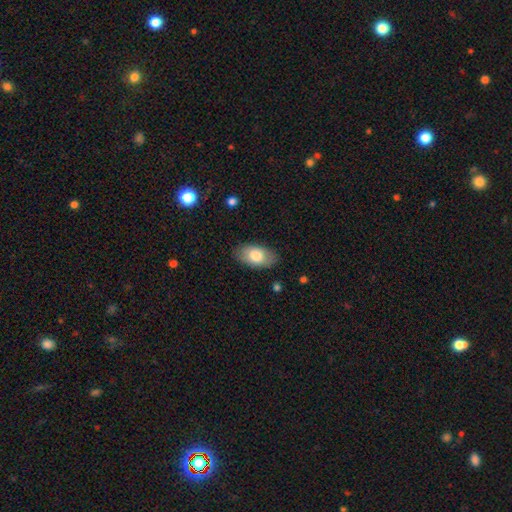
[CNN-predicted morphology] A smooth galaxy with no disk features (78%) that is in between round and cigar-shaped (93%).

Vote fractions:
- Smooth or featured? smooth: 78% / featured or disk: 16% / star or artifact: 6%
- How rounded? in between: 93% / round: 4% / cigar-shaped: 2%
- Merging? none: 85% / minor disturbance: 11% / major disturbance: 3% / merger: 1%